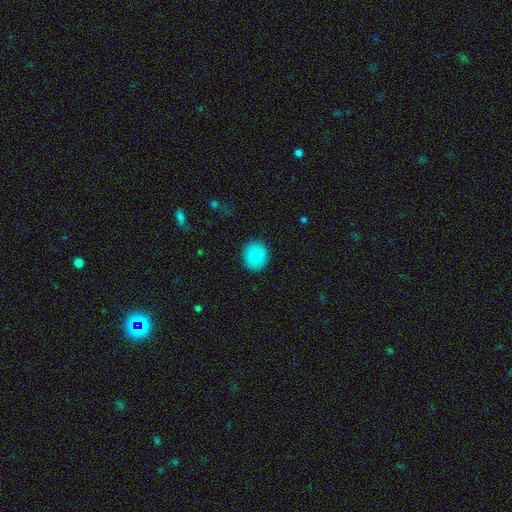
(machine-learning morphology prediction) Smooth or featured? Predicted: smooth (p=0.81). How rounded? Predicted: round (p=0.81). Merging? Predicted: none (p=0.90).